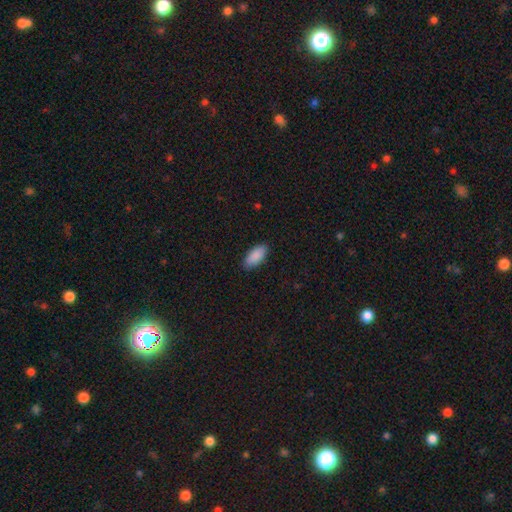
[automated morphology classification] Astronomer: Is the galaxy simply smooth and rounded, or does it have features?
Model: smooth — 90%.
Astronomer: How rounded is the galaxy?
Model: in between — 90%.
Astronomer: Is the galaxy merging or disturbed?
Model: none — 89%.